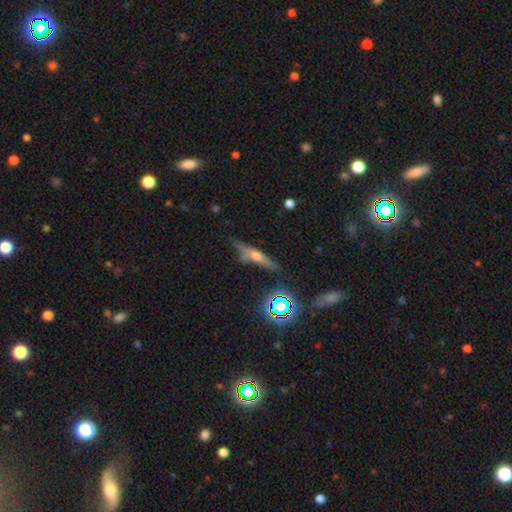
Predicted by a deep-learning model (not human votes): A featured or disk galaxy (47%). Merging: none (73%).